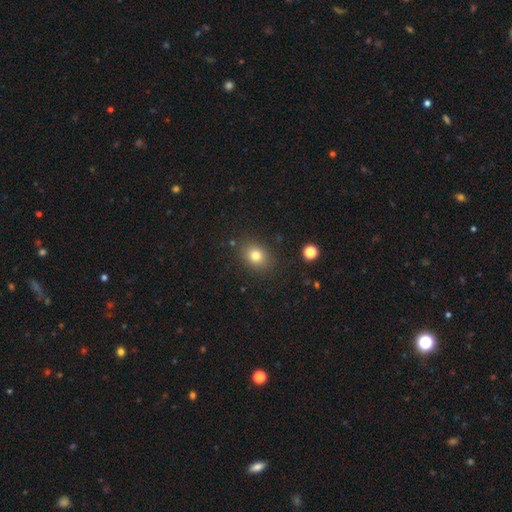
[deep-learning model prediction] Smooth or featured? Predicted: smooth (p=0.79). How rounded? Predicted: round (p=0.53). Merging? Predicted: none (p=0.86).